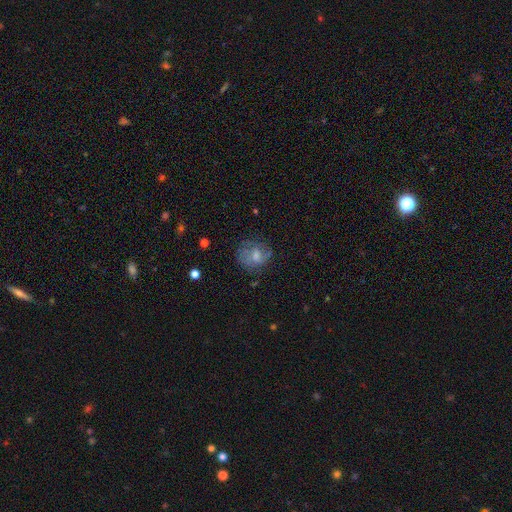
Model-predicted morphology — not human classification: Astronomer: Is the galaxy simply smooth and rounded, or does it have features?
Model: featured or disk — 47% (runner-up: smooth, 37%).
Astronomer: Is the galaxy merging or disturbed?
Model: none — 67%.